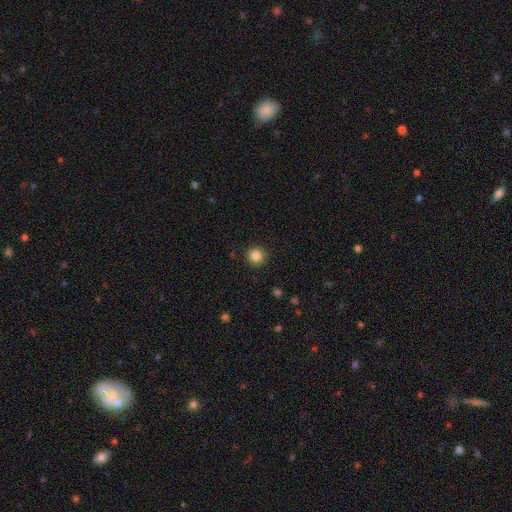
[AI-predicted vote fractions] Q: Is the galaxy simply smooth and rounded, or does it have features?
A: smooth — 85%.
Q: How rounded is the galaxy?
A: round — 95%.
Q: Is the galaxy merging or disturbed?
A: none — 92%.